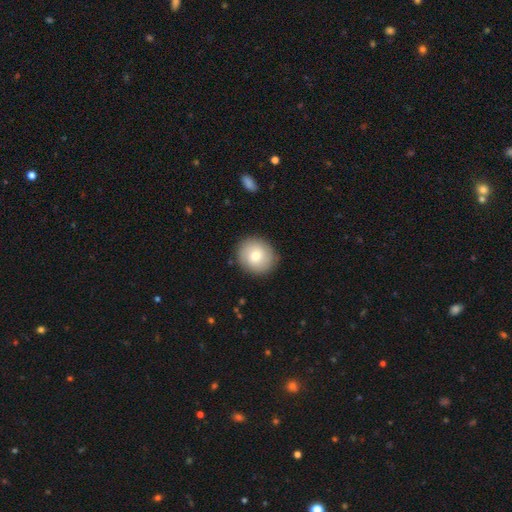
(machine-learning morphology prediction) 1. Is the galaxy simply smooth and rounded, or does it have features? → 76% smooth, 17% featured or disk, 8% star or artifact.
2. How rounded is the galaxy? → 87% round, 12% in between, 1% cigar-shaped.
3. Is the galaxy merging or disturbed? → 89% none, 8% minor disturbance, 2% major disturbance, 1% merger.